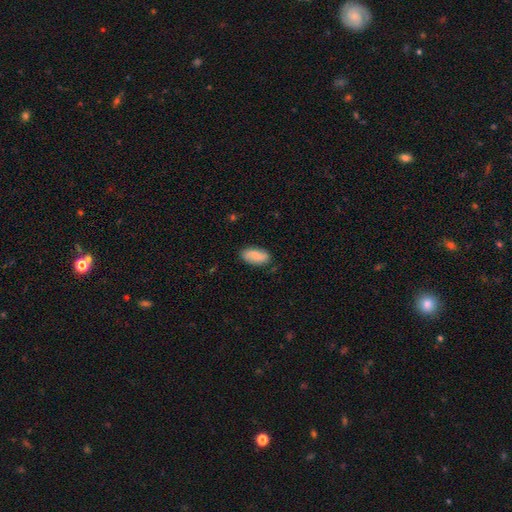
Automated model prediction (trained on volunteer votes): Smooth or featured? smooth (79%)
How rounded? in between (92%)
Merging? none (83%)